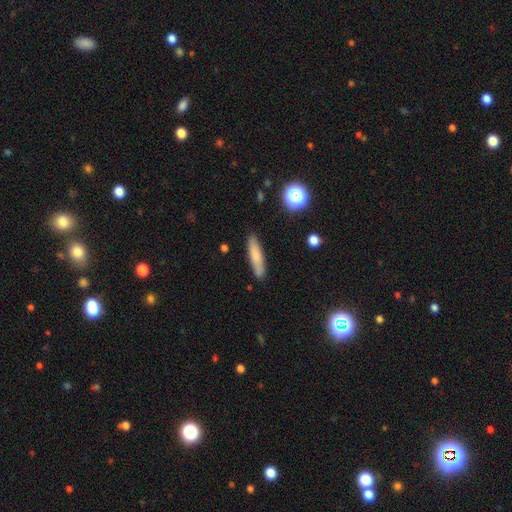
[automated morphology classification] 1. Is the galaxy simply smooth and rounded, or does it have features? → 73% smooth, 19% featured or disk, 8% star or artifact.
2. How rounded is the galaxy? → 79% cigar-shaped, 19% in between, 2% round.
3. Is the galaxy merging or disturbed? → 87% none, 10% minor disturbance, 2% major disturbance, 1% merger.